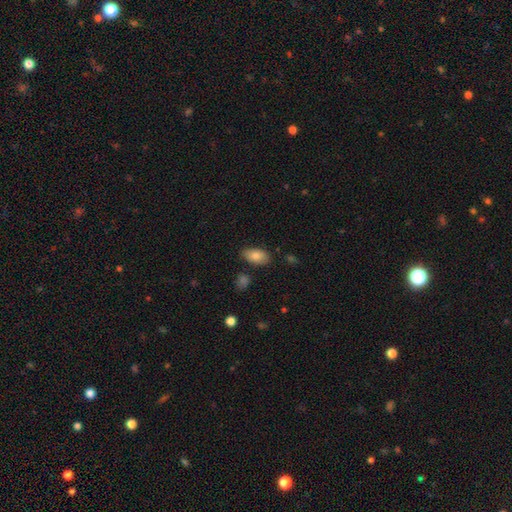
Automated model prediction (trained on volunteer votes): A smooth galaxy with no disk features (80%) that is in between round and cigar-shaped (93%).

Vote fractions:
- Smooth or featured? smooth: 80% / featured or disk: 13% / star or artifact: 7%
- How rounded? in between: 93% / round: 5% / cigar-shaped: 3%
- Merging? none: 82% / minor disturbance: 12% / merger: 3% / major disturbance: 2%